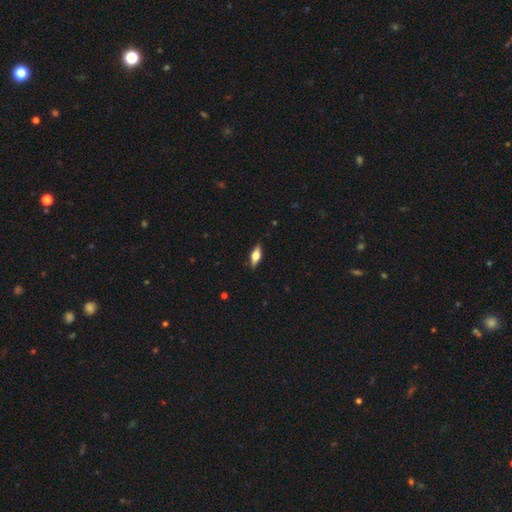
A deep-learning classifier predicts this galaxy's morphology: Q: Smooth or featured?
A: smooth (53%); runner-up: featured or disk (40%)
Q: How rounded?
A: in between (68%); runner-up: cigar-shaped (28%)
Q: Merging?
A: none (87%); runner-up: minor disturbance (10%)